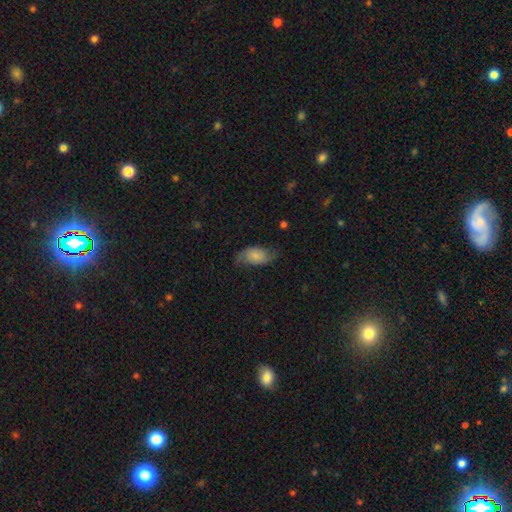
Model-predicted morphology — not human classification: Smooth or featured?
  - featured or disk: 50% *
  - smooth: 42%
  - star or artifact: 8%
Merging?
  - none: 65% *
  - minor disturbance: 22%
  - major disturbance: 11%
  - merger: 1%